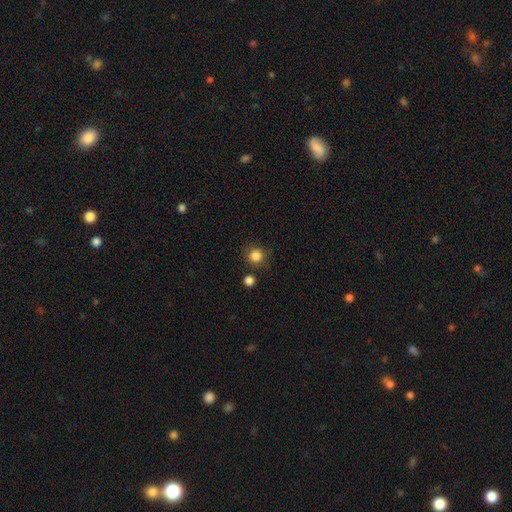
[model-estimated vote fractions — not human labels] Morphology: type=smooth (84%); roundness=round (90%); merging=none (80%).